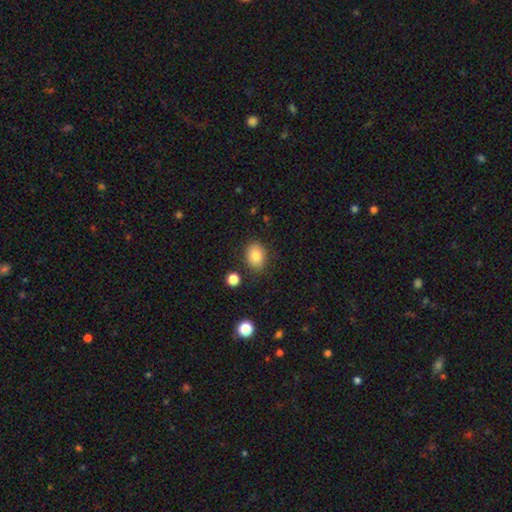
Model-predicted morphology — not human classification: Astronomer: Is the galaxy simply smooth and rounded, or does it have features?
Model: smooth — 83%.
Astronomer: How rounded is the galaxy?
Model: in between — 68%.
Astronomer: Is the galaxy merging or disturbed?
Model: none — 83%.